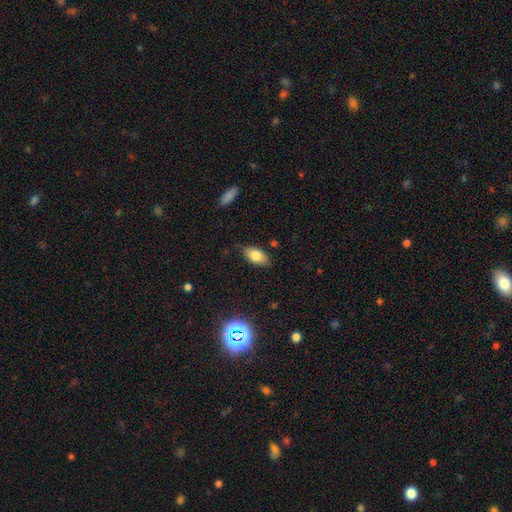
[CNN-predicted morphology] smooth_or_featured: smooth (p=0.79) [alt: featured or disk p=0.12]
how_rounded: in between (p=0.91) [alt: cigar-shaped p=0.05]
merging: none (p=0.80) [alt: minor disturbance p=0.16]